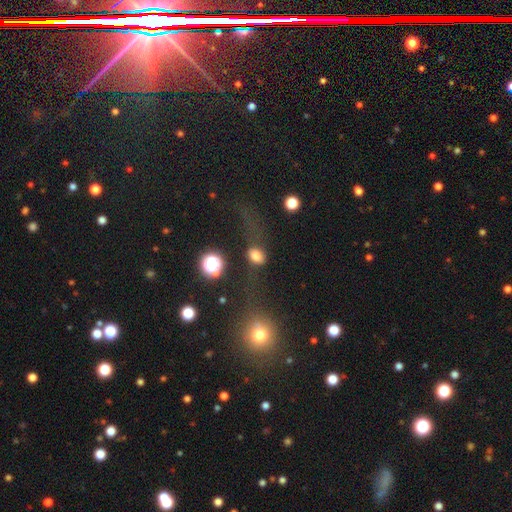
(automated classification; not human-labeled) This appears to be a smooth galaxy with no disk features (72%) that is in between round and cigar-shaped (76%). Merging: none (54%).